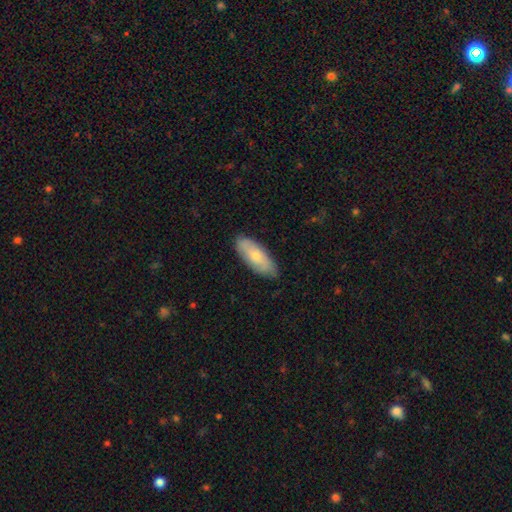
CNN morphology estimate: A smooth galaxy with no disk features (66%) that is in between round and cigar-shaped (78%). Merging: none (83%).